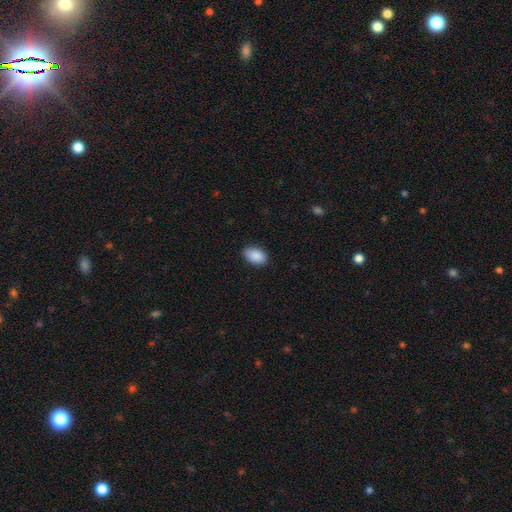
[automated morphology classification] The model was most divided on "merging": none: 85%, minor disturbance: 11%, major disturbance: 2%, merger: 1%. More confident: how rounded — in between (90%); smooth or featured — smooth (90%).